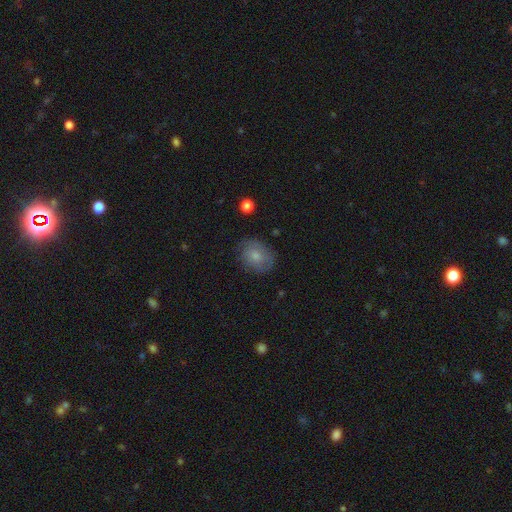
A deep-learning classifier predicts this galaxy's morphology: type=smooth (72%); roundness=in between (54%); merging=none (72%).